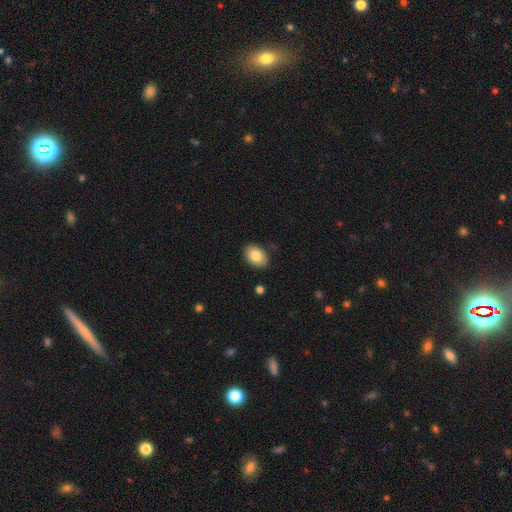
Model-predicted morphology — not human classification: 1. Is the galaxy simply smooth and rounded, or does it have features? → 83% smooth, 9% featured or disk, 7% star or artifact.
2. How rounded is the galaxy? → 85% in between, 14% round, 1% cigar-shaped.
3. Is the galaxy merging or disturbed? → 88% none, 9% minor disturbance, 2% major disturbance, 1% merger.